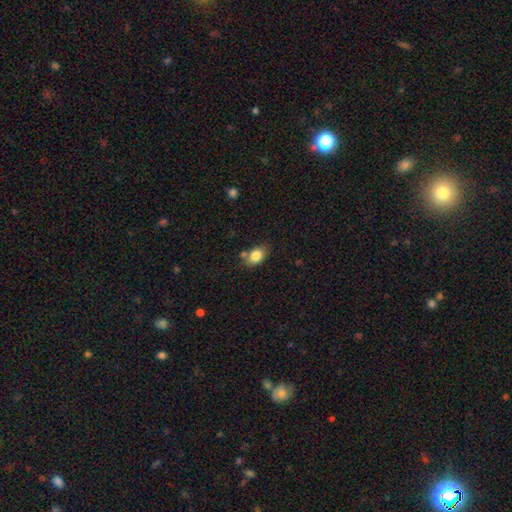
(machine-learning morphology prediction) Smooth or featured? Predicted: smooth (p=0.84). How rounded? Predicted: in between (p=0.84). Merging? Predicted: none (p=0.69).